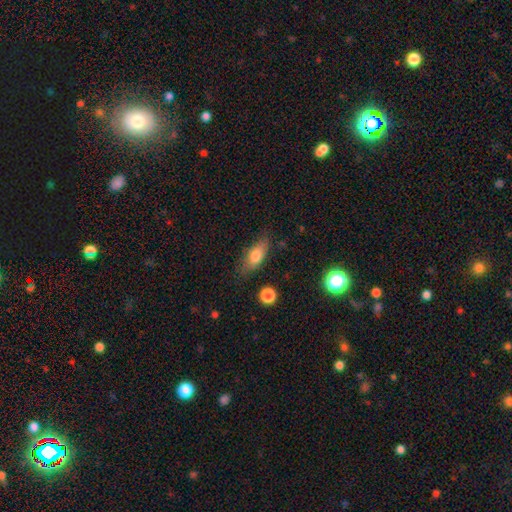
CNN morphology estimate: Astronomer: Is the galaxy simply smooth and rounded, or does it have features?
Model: smooth — 72%.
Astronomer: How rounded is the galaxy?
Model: in between — 73%.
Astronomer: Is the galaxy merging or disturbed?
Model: none — 76%.